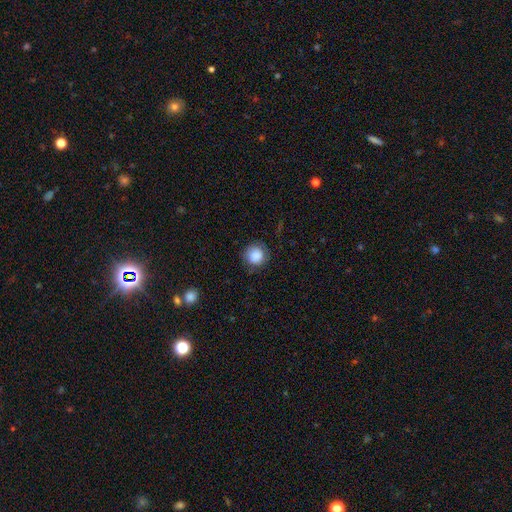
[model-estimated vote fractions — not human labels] The model was most divided on "merging": none: 80%, minor disturbance: 14%, major disturbance: 5%, merger: 1%. More confident: how rounded — round (92%); smooth or featured — smooth (83%).